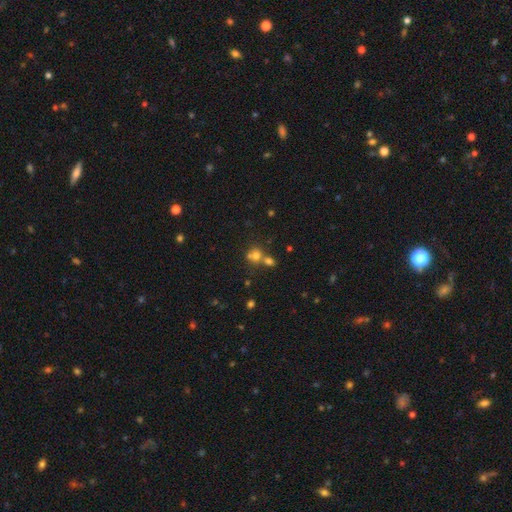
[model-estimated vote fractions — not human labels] smooth-or-featured: smooth: 68% | star or artifact: 18% | featured or disk: 13%
  how-rounded: round: 78% | in between: 21% | cigar-shaped: 1%
  merging: merger: 48% | none: 40% | minor disturbance: 8% | major disturbance: 4%